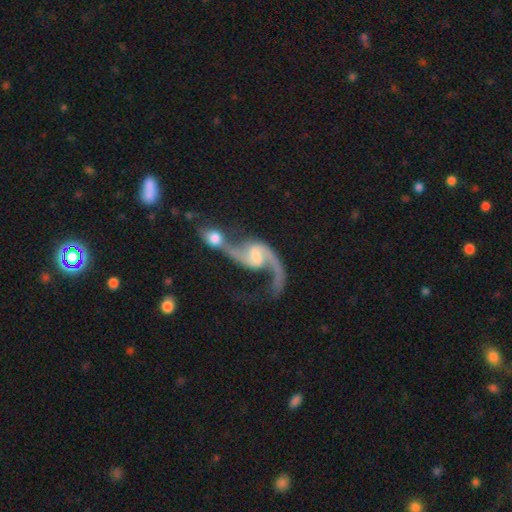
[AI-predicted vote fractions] Overall: featured or disk (89%). Edge-on disk: no (97%). Bar: weak (48%; no 34%). Spiral arms: yes (96%). Spiral arm count: 2 (86%). Spiral winding: loose (73%). Bulge size: moderate (40%; small 39%). Merging: merger (55%; none 23%).